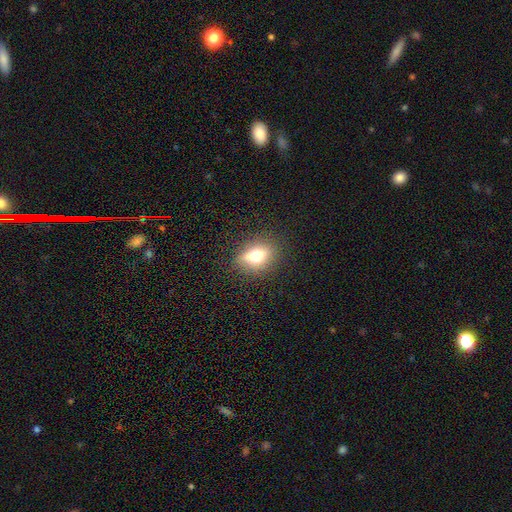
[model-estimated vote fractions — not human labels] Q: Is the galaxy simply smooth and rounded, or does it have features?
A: smooth — 65%.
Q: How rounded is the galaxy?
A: in between — 60%.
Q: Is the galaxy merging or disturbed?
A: none — 82%.